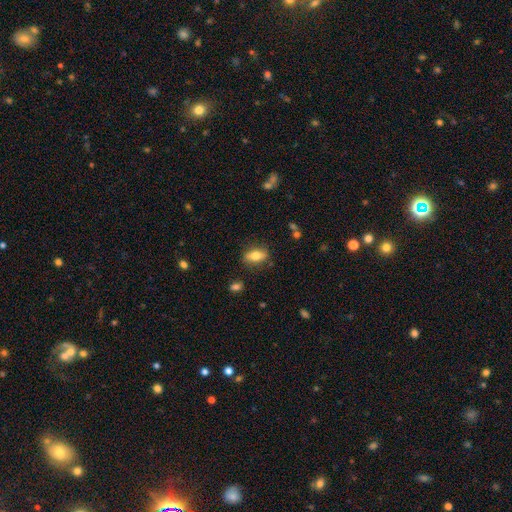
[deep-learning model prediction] Q: Smooth or featured?
A: smooth (73%); runner-up: featured or disk (20%)
Q: How rounded?
A: in between (81%); runner-up: cigar-shaped (12%)
Q: Merging?
A: none (81%); runner-up: minor disturbance (13%)